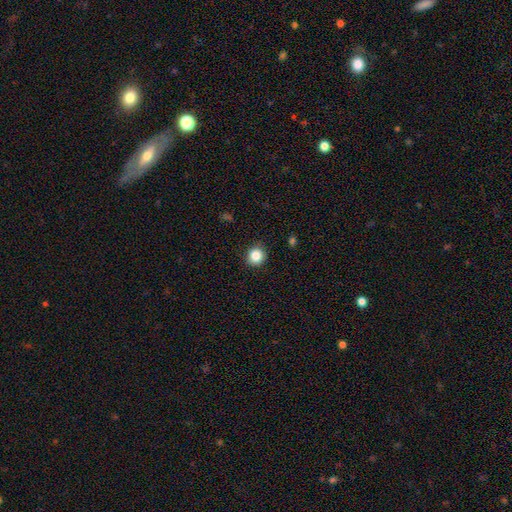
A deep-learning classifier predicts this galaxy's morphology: smooth-or-featured: smooth: 85% | star or artifact: 10% | featured or disk: 4%
  how-rounded: round: 90% | in between: 9% | cigar-shaped: 1%
  merging: none: 90% | minor disturbance: 7% | major disturbance: 2% | merger: 1%